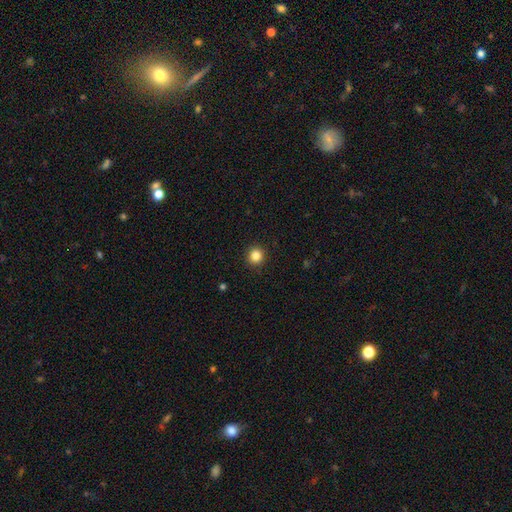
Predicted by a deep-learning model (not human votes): Smooth or featured? smooth (84%)
How rounded? round (93%)
Merging? none (92%)